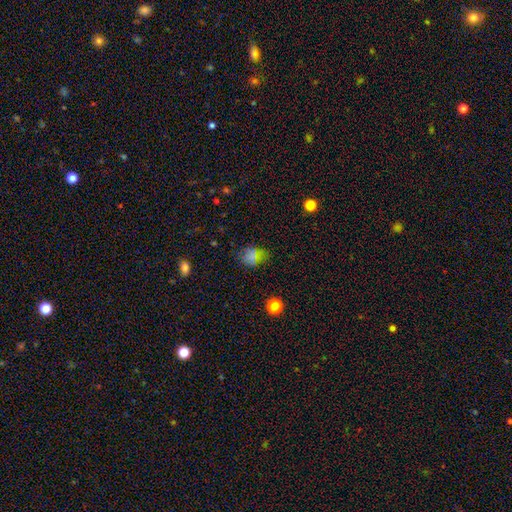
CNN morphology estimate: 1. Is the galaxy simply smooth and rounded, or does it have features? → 65% smooth, 27% star or artifact, 7% featured or disk.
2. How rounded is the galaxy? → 59% in between, 38% round, 2% cigar-shaped.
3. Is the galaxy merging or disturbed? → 78% none, 15% minor disturbance, 5% major disturbance, 2% merger.